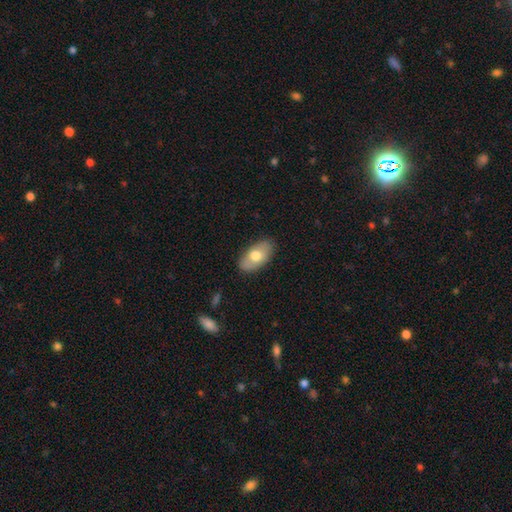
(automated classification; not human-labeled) Q: Smooth or featured?
A: smooth (68%); runner-up: featured or disk (26%)
Q: How rounded?
A: in between (93%); runner-up: round (5%)
Q: Merging?
A: none (84%); runner-up: minor disturbance (12%)